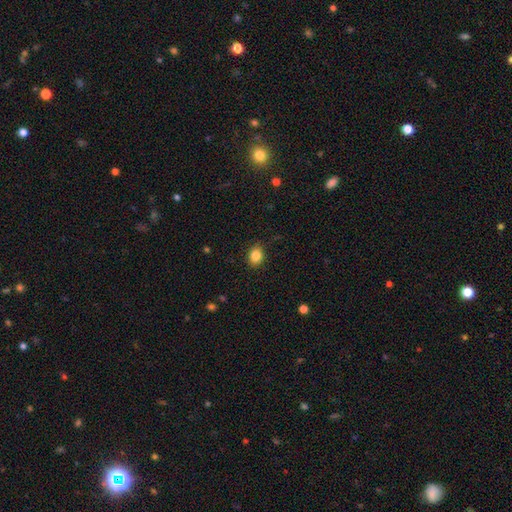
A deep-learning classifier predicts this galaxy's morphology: Smooth or featured? smooth (85%)
How rounded? in between (54%)
Merging? none (85%)